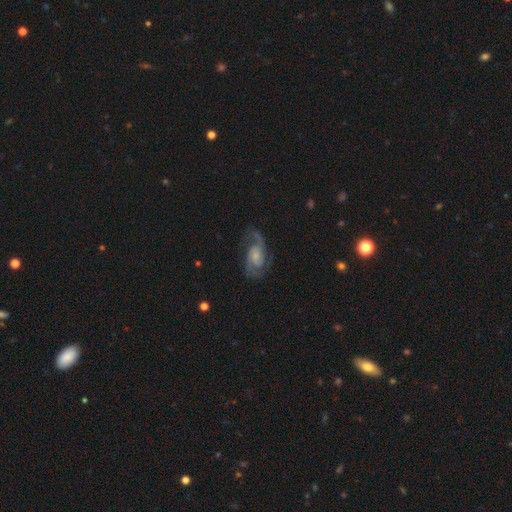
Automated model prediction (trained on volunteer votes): Smooth or featured: featured or disk — 82% (smooth — 12%)
Edge-on disk: no — 97% (yes — 3%)
Bar: no — 61% (weak — 32%)
Spiral arms: yes — 95% (no — 5%)
Spiral winding: medium — 51% (loose — 28%)
Spiral arm count: 2 — 81% (can't tell — 6%)
Bulge size: small — 51% (moderate — 27%)
Merging: none — 65% (minor disturbance — 18%)